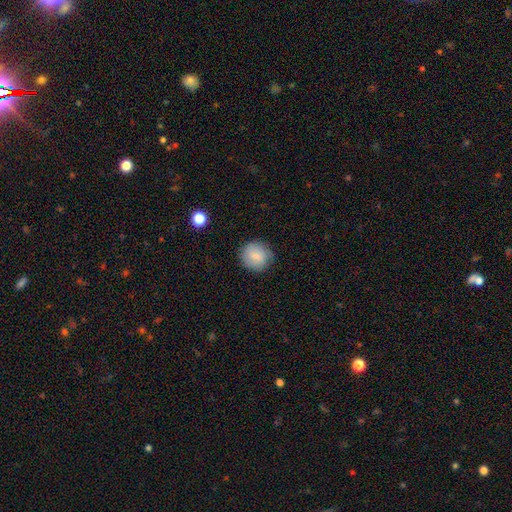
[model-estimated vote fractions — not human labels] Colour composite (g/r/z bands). It shows a smooth galaxy with no disk features (82%) that is round (89%). Merging: none (82%).